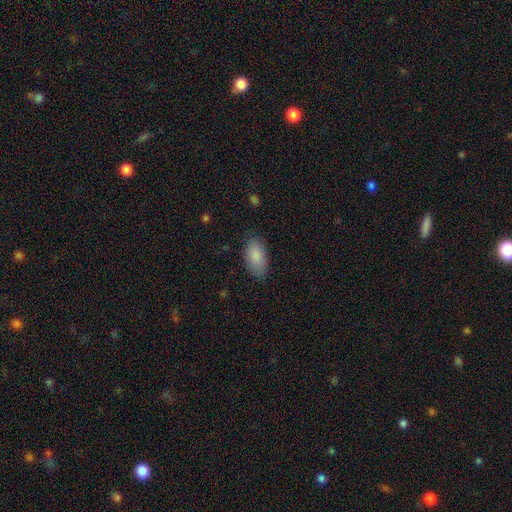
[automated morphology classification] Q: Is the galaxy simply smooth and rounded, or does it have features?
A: smooth — 88%.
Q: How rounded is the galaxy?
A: in between — 92%.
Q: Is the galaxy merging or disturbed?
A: none — 83%.